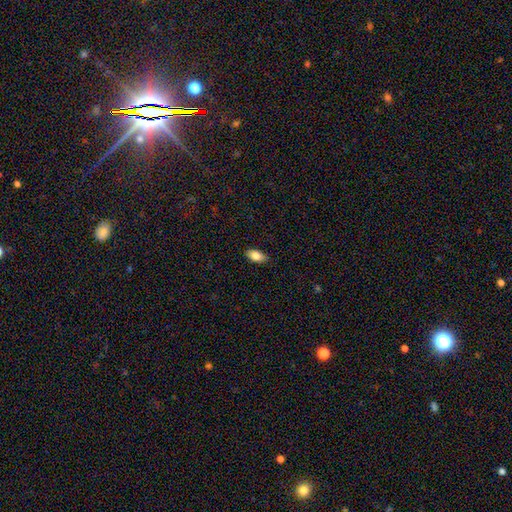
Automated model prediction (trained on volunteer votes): Morphology: type=smooth (82%); roundness=in between (89%); merging=none (86%).